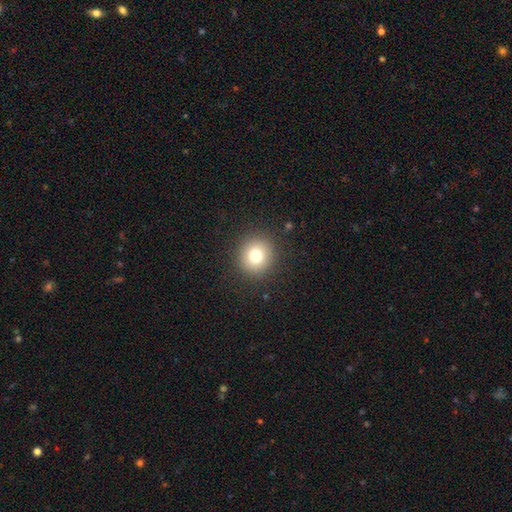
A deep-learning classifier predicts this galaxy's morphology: smooth_or_featured: smooth (p=0.78) [alt: star or artifact p=0.12]
how_rounded: round (p=0.91) [alt: in between p=0.08]
merging: none (p=0.90) [alt: minor disturbance p=0.06]